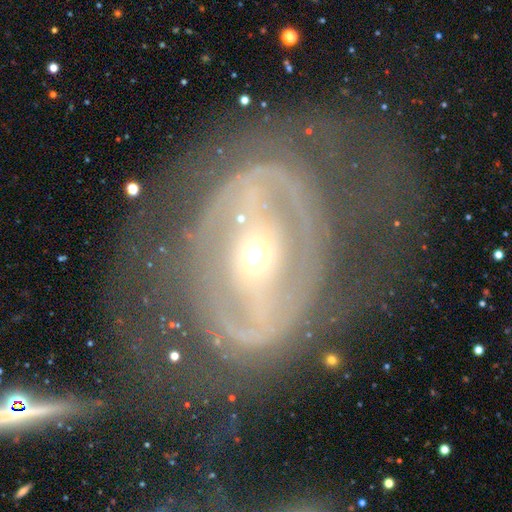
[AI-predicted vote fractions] featured or disk 81%, smooth 12%, star or artifact 7%. Down the decision tree: edge-on disk — no (93%); bar — strong (52%); spiral arms — yes (65%); bulge size — small (56%); merging — none (53%).